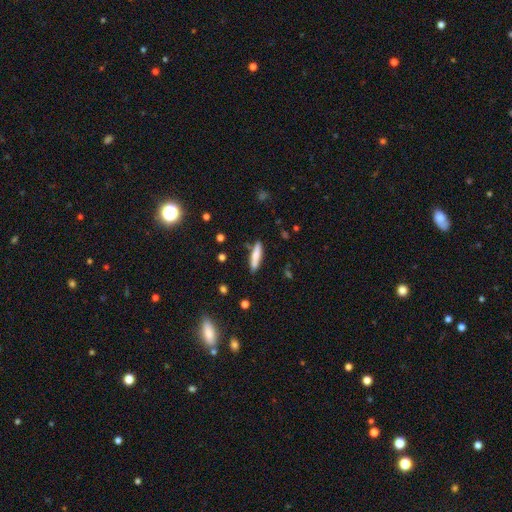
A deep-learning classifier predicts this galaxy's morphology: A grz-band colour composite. It shows a smooth galaxy with no disk features (74%) that is cigar-shaped (82%). Merging: none (83%).